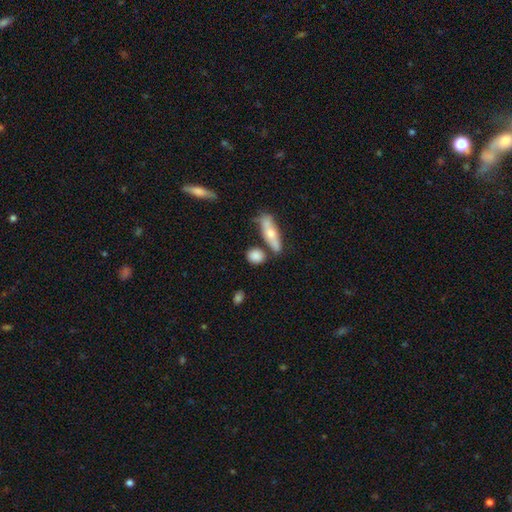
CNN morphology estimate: smooth-or-featured: smooth: 82% | featured or disk: 11% | star or artifact: 8%
  how-rounded: round: 47% | in between: 43% | cigar-shaped: 10%
  merging: none: 66% | minor disturbance: 15% | merger: 14% | major disturbance: 5%